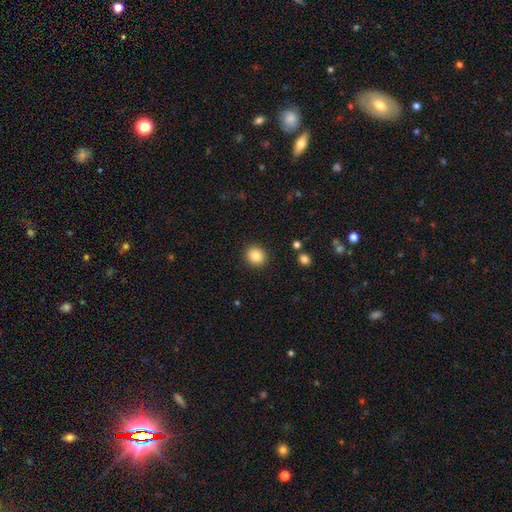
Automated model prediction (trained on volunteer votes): smooth 85%, star or artifact 10%, featured or disk 6%. Down the decision tree: how rounded — round (80%); merging — none (91%).